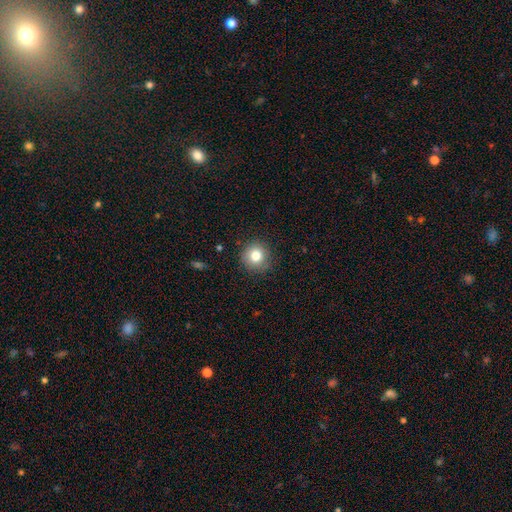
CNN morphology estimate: A smooth galaxy with no disk features (80%) that is round (94%).

Vote fractions:
- Smooth or featured? smooth: 80% / star or artifact: 11% / featured or disk: 9%
- How rounded? round: 94% / in between: 5% / cigar-shaped: 1%
- Merging? none: 88% / minor disturbance: 8% / major disturbance: 3% / merger: 1%